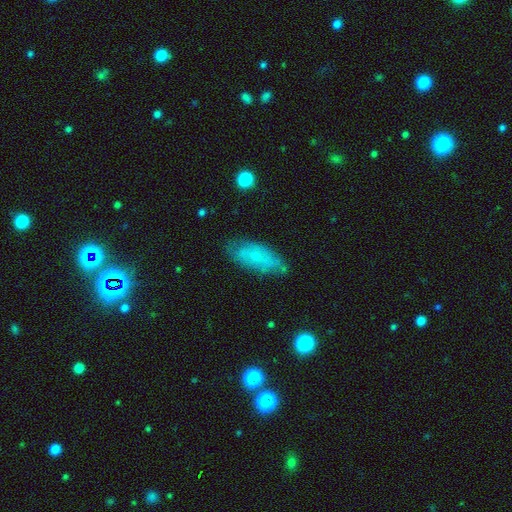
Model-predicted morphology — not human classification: smooth_or_featured: smooth (p=0.47) [alt: featured or disk p=0.45]
merging: none (p=0.67) [alt: minor disturbance p=0.24]